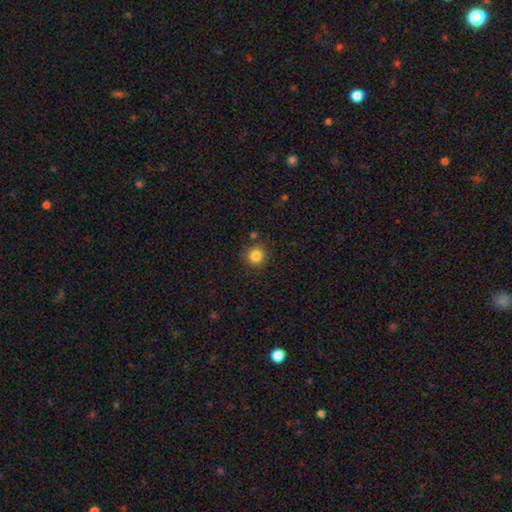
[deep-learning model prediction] Smooth or featured: smooth — 85% (star or artifact — 11%)
How rounded: round — 93% (in between — 6%)
Merging: none — 86% (minor disturbance — 8%)